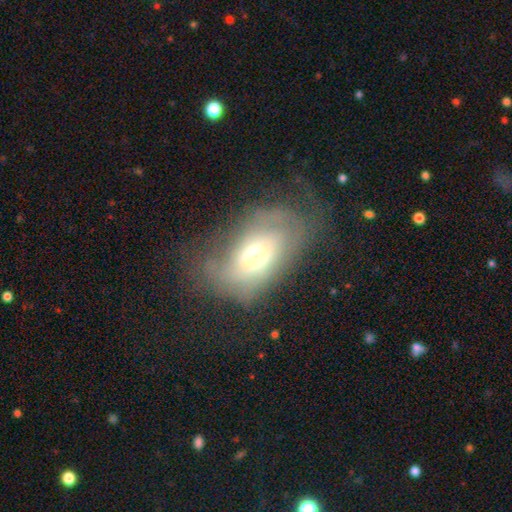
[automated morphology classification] Smooth or featured: featured or disk — 50% (smooth — 39%)
Edge-on disk: no — 90% (yes — 10%)
Merging: none — 40% (major disturbance — 30%)